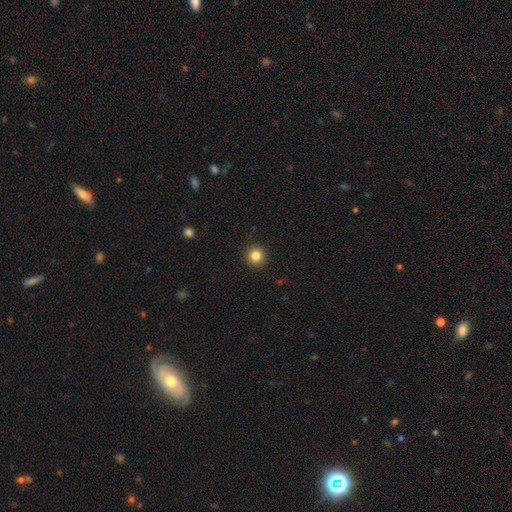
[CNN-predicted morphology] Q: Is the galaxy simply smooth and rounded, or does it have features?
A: smooth — 84%.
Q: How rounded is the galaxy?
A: round — 94%.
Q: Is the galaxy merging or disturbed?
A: none — 92%.